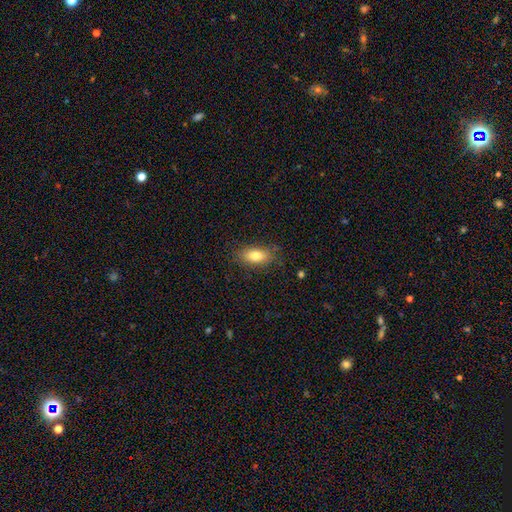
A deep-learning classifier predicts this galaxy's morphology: Smooth or featured? smooth (79%)
How rounded? in between (86%)
Merging? none (83%)